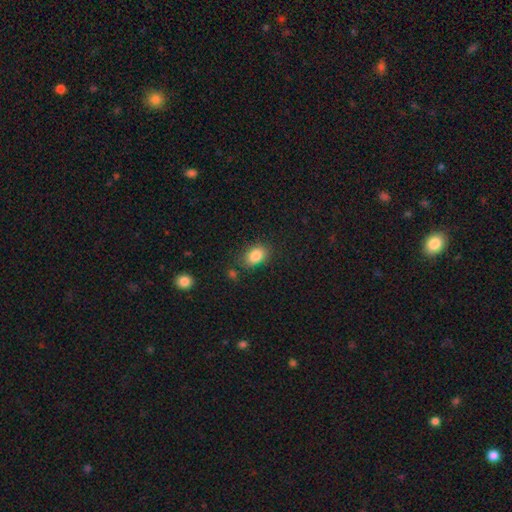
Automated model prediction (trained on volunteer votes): Q: Smooth or featured?
A: smooth (85%); runner-up: star or artifact (8%)
Q: How rounded?
A: in between (81%); runner-up: round (18%)
Q: Merging?
A: none (77%); runner-up: minor disturbance (16%)